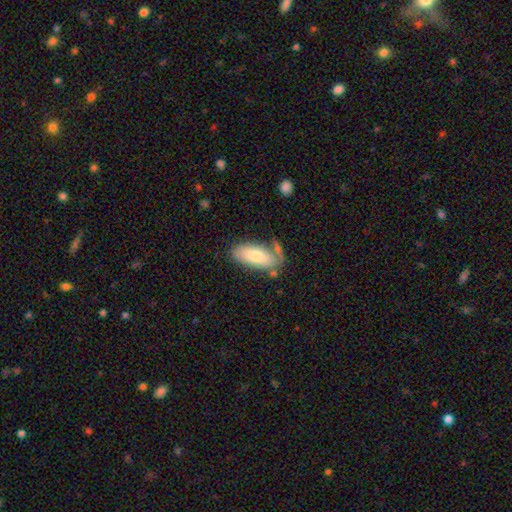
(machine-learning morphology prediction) smooth_or_featured: smooth (p=0.75) [alt: featured or disk p=0.19]
how_rounded: in between (p=0.85) [alt: cigar-shaped p=0.13]
merging: none (p=0.60) [alt: minor disturbance p=0.21]